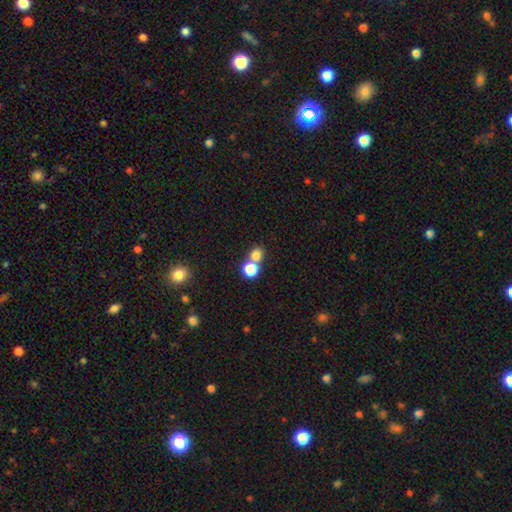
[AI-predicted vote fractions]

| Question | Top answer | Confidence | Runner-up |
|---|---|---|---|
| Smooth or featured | smooth | 78% | star or artifact (14%) |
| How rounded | round | 80% | in between (19%) |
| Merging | none | 46% | merger (45%) |